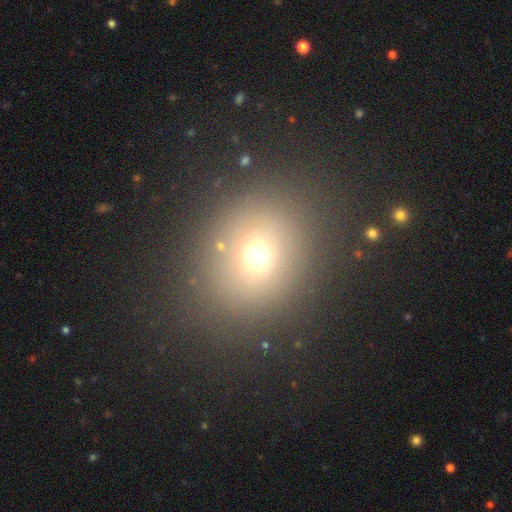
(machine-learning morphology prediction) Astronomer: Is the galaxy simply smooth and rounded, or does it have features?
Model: smooth — 68%.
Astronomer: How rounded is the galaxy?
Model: round — 72%.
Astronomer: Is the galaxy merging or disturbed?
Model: none — 85%.